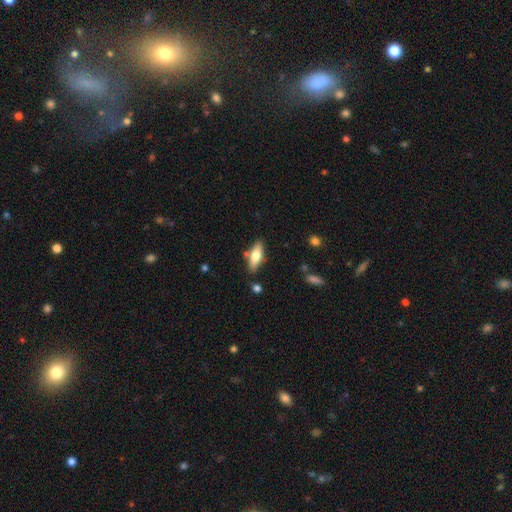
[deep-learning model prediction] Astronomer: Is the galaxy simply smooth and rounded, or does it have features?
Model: smooth — 64%.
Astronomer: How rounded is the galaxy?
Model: in between — 63%.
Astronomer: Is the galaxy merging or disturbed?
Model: none — 77%.